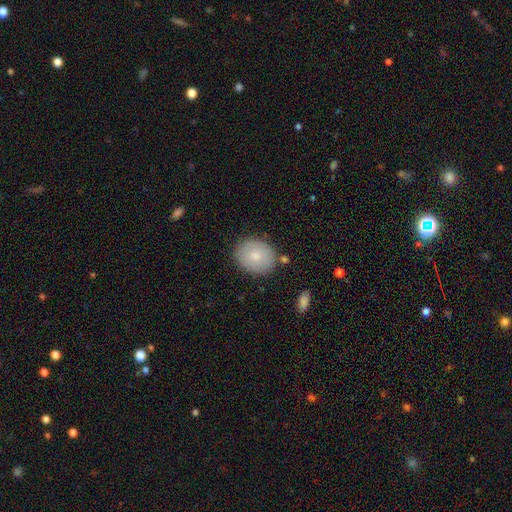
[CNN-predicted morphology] This appears to be a smooth galaxy with no disk features (77%) that is round (54%). Merging: none (82%).